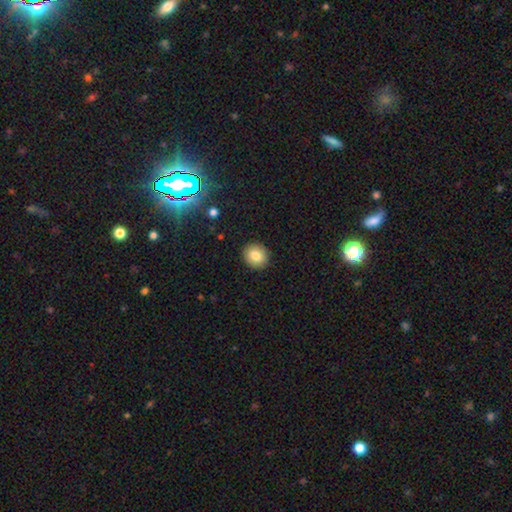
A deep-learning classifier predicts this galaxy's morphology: A smooth galaxy with no disk features (81%) that is round (85%).

Vote fractions:
- Smooth or featured? smooth: 81% / star or artifact: 10% / featured or disk: 9%
- How rounded? round: 85% / in between: 15% / cigar-shaped: 1%
- Merging? none: 92% / minor disturbance: 6% / major disturbance: 2% / merger: 1%